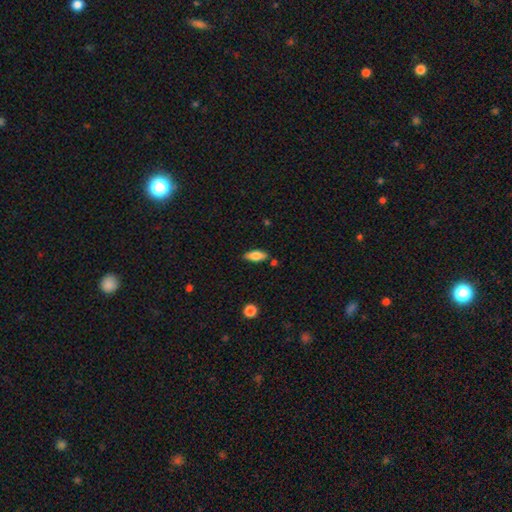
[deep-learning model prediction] Smooth or featured?
  - smooth: 76% *
  - featured or disk: 17%
  - star or artifact: 7%
How rounded?
  - in between: 75% *
  - cigar-shaped: 22%
  - round: 3%
Merging?
  - none: 81% *
  - minor disturbance: 12%
  - merger: 4%
  - major disturbance: 2%